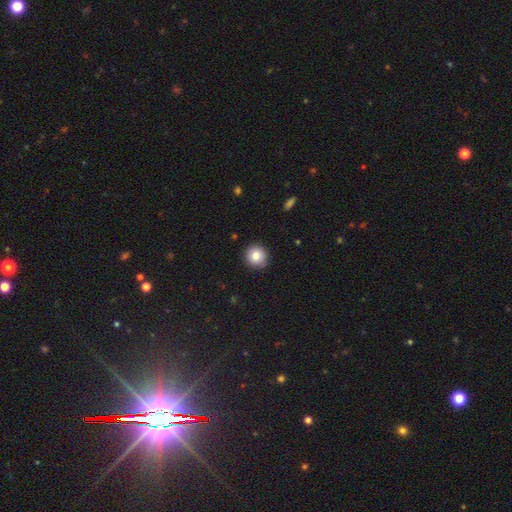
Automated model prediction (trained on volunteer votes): smooth 82%, star or artifact 9%, featured or disk 8%. Down the decision tree: how rounded — round (94%); merging — none (89%).